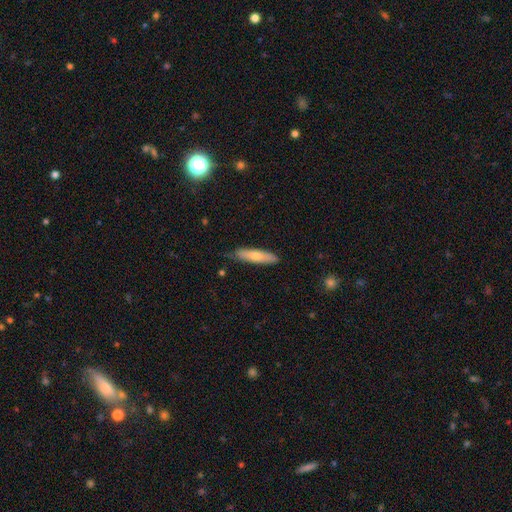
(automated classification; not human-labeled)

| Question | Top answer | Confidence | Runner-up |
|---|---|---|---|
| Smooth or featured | smooth | 64% | featured or disk (30%) |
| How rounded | cigar-shaped | 77% | in between (21%) |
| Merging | none | 81% | minor disturbance (16%) |